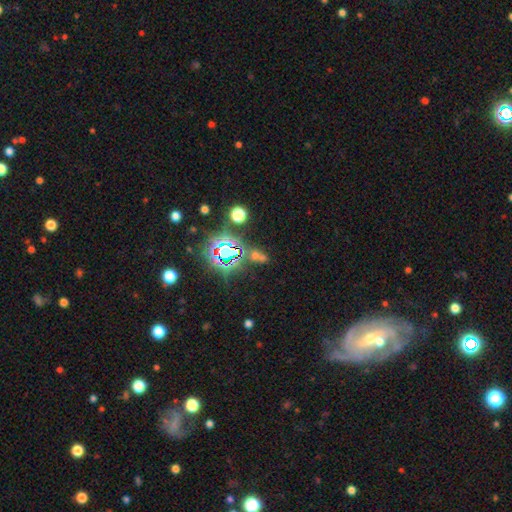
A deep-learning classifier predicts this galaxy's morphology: Smooth or featured: star or artifact — 58% (smooth — 30%)